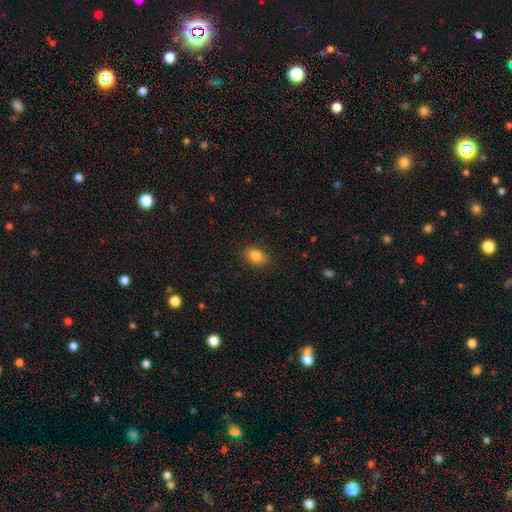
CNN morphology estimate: The model was most divided on "how rounded": in between: 83%, round: 16%, cigar-shaped: 2%. More confident: merging — none (88%); smooth or featured — smooth (85%).